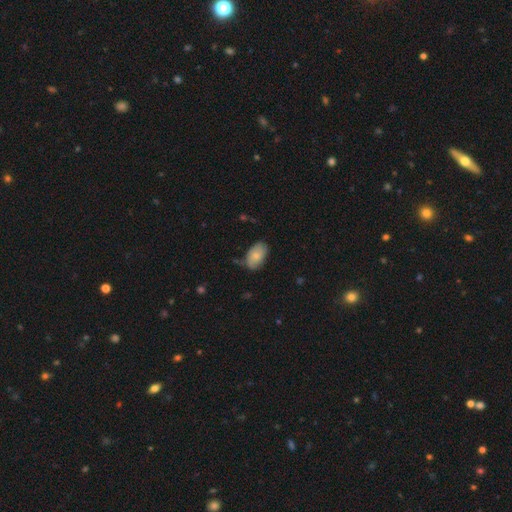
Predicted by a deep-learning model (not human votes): smooth 80%, featured or disk 14%, star or artifact 7%. Down the decision tree: how rounded — in between (93%); merging — none (68%).